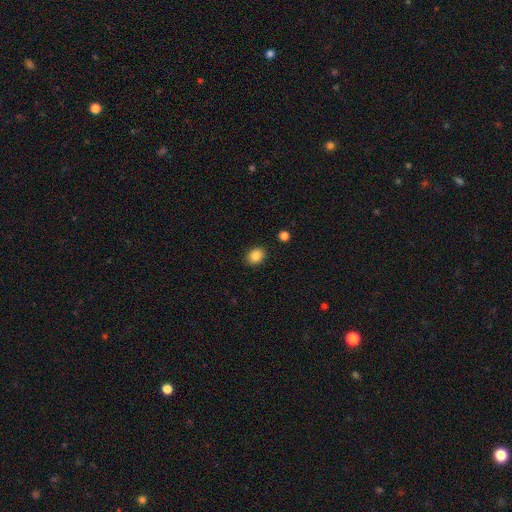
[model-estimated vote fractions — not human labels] Smooth or featured? smooth (86%)
How rounded? in between (56%)
Merging? none (88%)